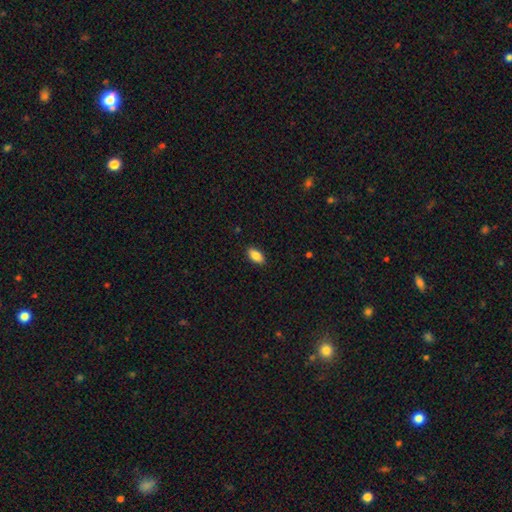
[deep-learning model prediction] Morphology: type=smooth (87%); roundness=in between (91%); merging=none (89%).